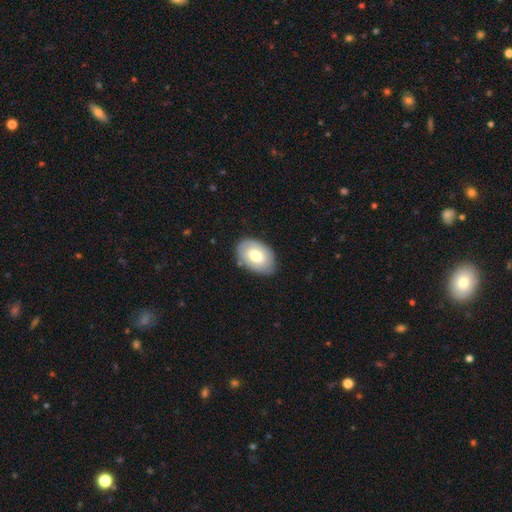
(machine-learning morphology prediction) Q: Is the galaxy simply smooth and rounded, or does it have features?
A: smooth — 62%.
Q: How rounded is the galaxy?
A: in between — 89%.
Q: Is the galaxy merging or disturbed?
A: none — 80%.